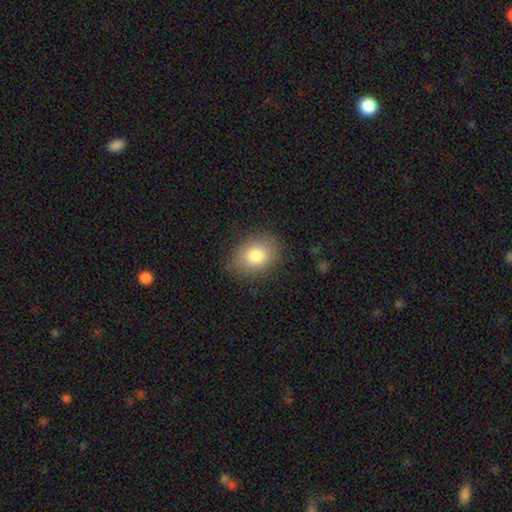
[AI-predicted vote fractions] Q: Smooth or featured?
A: smooth (81%); runner-up: featured or disk (10%)
Q: How rounded?
A: in between (64%); runner-up: round (35%)
Q: Merging?
A: none (81%); runner-up: minor disturbance (14%)